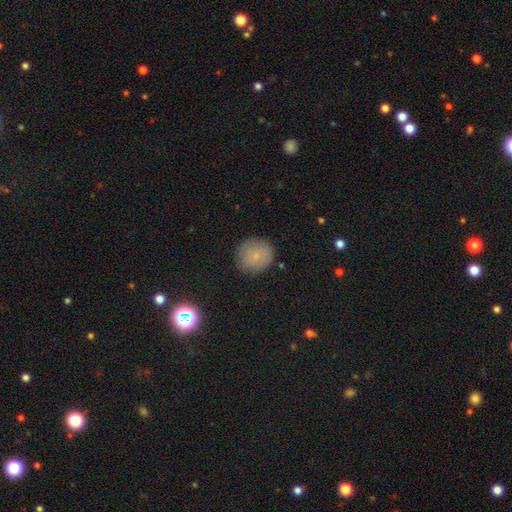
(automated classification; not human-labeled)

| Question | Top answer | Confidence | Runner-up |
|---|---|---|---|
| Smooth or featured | smooth | 75% | featured or disk (13%) |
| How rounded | round | 92% | in between (7%) |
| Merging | none | 84% | minor disturbance (11%) |